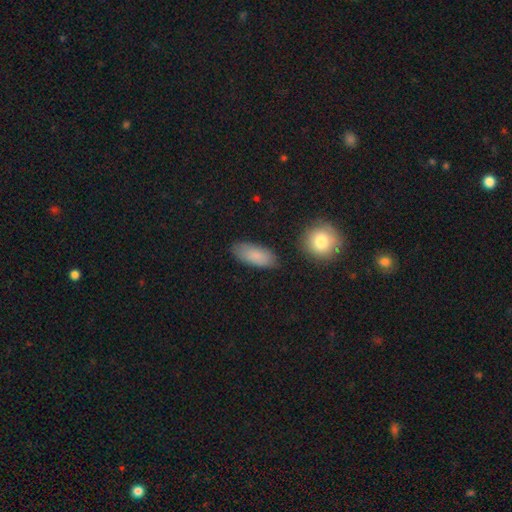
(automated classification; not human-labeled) A smooth galaxy with no disk features (86%) that is in between round and cigar-shaped (86%).

Vote fractions:
- Smooth or featured? smooth: 86% / featured or disk: 8% / star or artifact: 6%
- How rounded? in between: 86% / cigar-shaped: 11% / round: 3%
- Merging? none: 82% / minor disturbance: 12% / merger: 3% / major disturbance: 3%